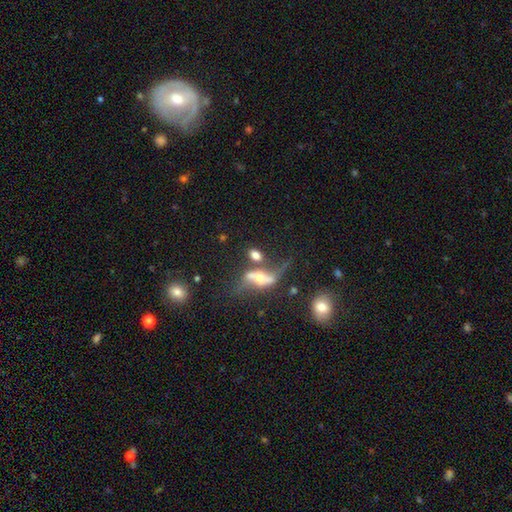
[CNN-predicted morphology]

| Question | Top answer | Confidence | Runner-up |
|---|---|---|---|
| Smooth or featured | smooth | 52% | featured or disk (35%) |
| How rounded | in between | 73% | round (20%) |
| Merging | none | 38% | merger (36%) |